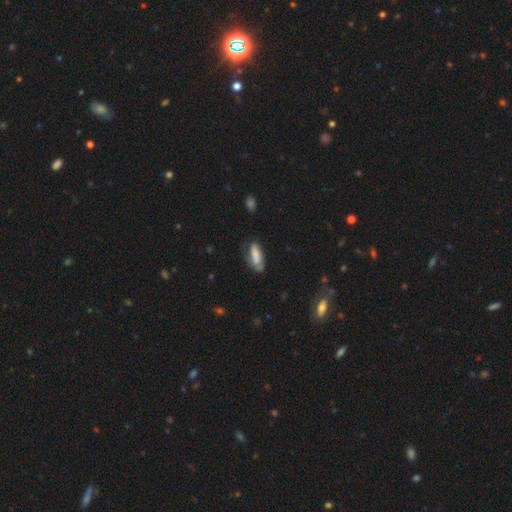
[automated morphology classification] A smooth galaxy with no disk features (70%) that is in between round and cigar-shaped (70%). Merging: none (51%).